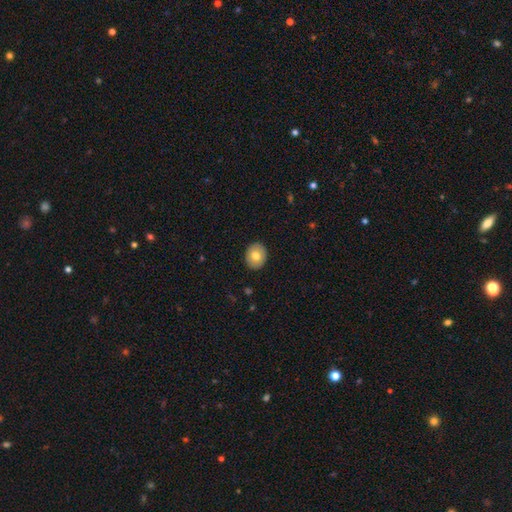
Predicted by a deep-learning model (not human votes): Smooth or featured: smooth — 73% (featured or disk — 19%)
How rounded: round — 65% (in between — 35%)
Merging: none — 91% (minor disturbance — 7%)